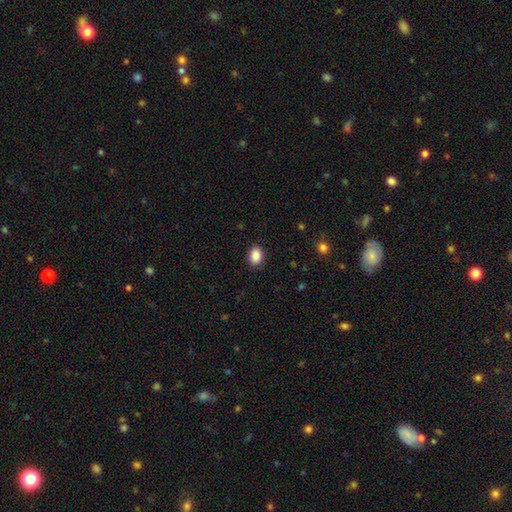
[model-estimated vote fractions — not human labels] smooth_or_featured: smooth (p=0.89) [alt: star or artifact p=0.08]
how_rounded: in between (p=0.75) [alt: round p=0.24]
merging: none (p=0.88) [alt: minor disturbance p=0.09]